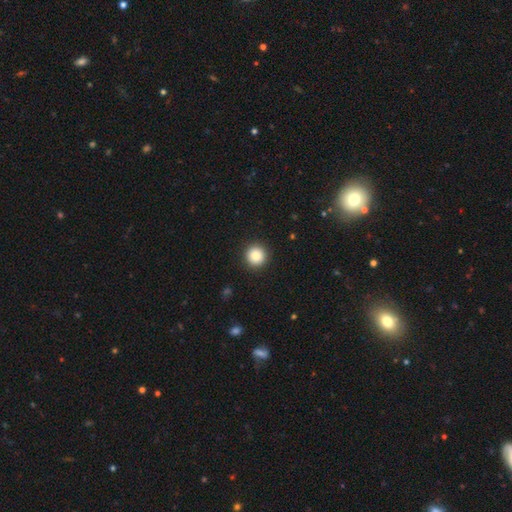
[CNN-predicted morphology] The model was most divided on "smooth or featured": smooth: 87%, star or artifact: 9%, featured or disk: 4%. More confident: how rounded — round (95%); merging — none (93%).